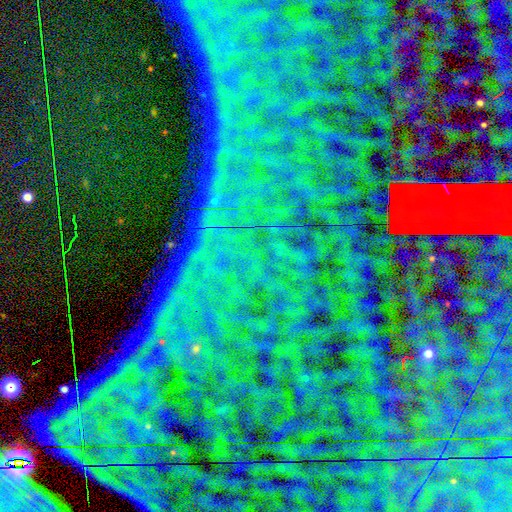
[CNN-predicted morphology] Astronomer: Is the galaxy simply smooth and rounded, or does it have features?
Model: star or artifact — 87%.